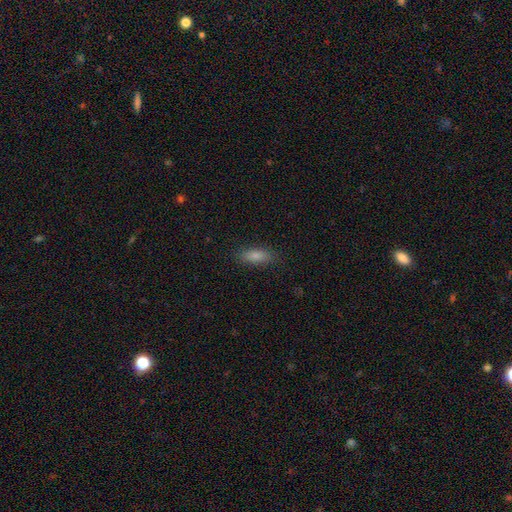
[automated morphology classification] A smooth galaxy with no disk features (84%) that is in between round and cigar-shaped (73%).

Vote fractions:
- Smooth or featured? smooth: 84% / featured or disk: 8% / star or artifact: 8%
- How rounded? in between: 73% / cigar-shaped: 24% / round: 2%
- Merging? none: 86% / minor disturbance: 11% / major disturbance: 3% / merger: 1%